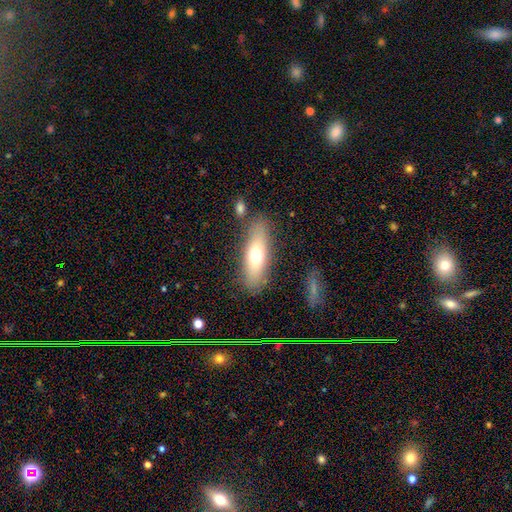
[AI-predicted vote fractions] This appears to be a smooth galaxy with no disk features (64%) that is in between round and cigar-shaped (56%). Merging: none (80%).